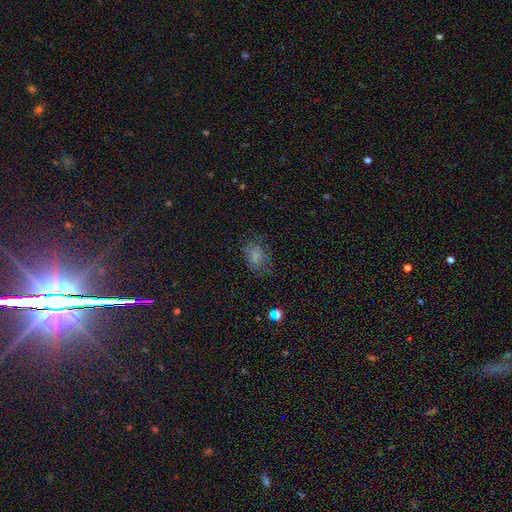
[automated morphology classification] This is likely a smooth galaxy (75%). How rounded: likely in between (75%). Merging: likely none (65%).